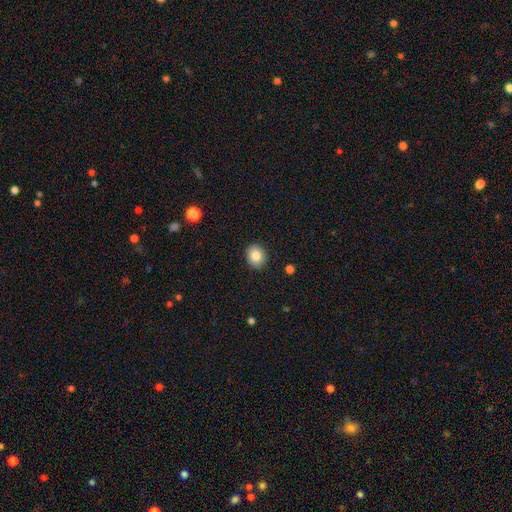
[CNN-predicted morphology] The model was most divided on "how rounded": round: 65%, in between: 34%, cigar-shaped: 1%. More confident: merging — none (89%); smooth or featured — smooth (84%).